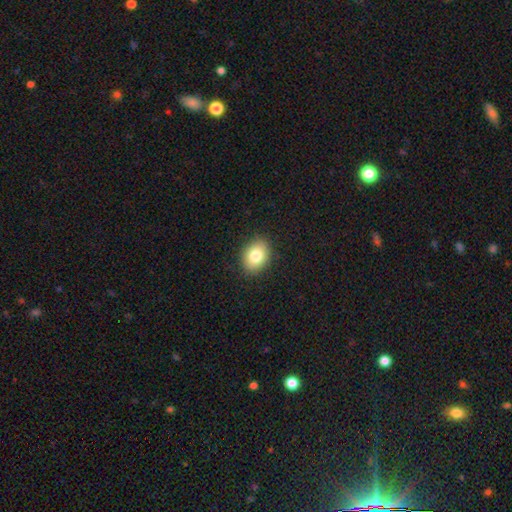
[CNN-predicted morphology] The model was most divided on "how rounded": in between: 71%, round: 28%, cigar-shaped: 1%. More confident: merging — none (89%); smooth or featured — smooth (82%).